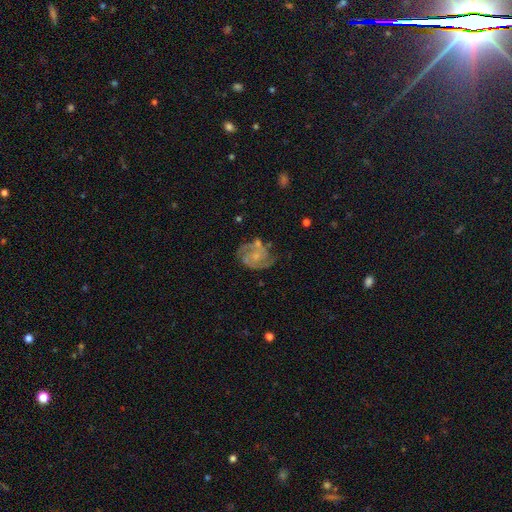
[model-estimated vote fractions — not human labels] Smooth or featured? featured or disk (76%)
Edge-on disk? no (98%)
Bar? no (70%)
Spiral arms? yes (85%)
Spiral winding? medium (44%)
Spiral arm count? 2 (60%)
Bulge size? small (50%)
Merging? none (54%)